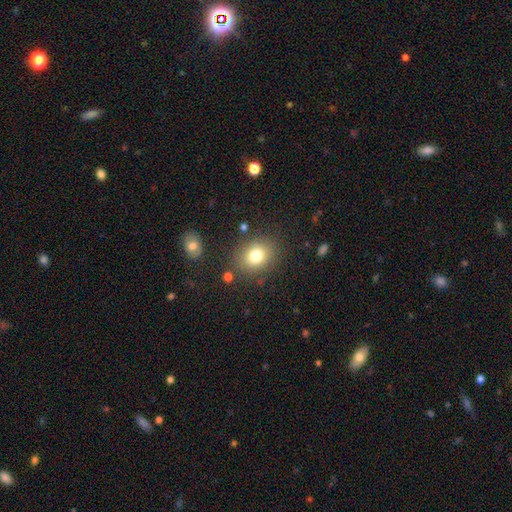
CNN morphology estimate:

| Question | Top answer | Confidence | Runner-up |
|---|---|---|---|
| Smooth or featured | smooth | 78% | star or artifact (12%) |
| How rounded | round | 58% | in between (42%) |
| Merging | none | 81% | minor disturbance (11%) |